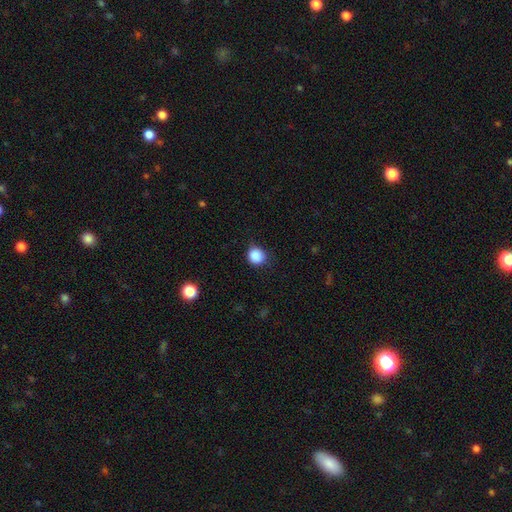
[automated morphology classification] The model was most divided on "merging": none: 78%, minor disturbance: 17%, major disturbance: 4%, merger: 1%. More confident: smooth or featured — smooth (87%); how rounded — round (87%).